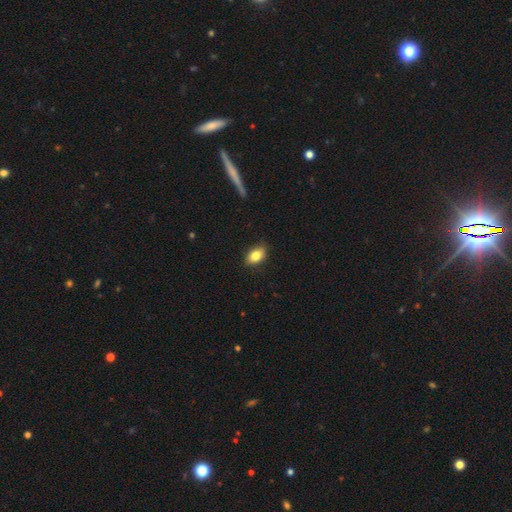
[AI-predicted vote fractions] Morphology: type=smooth (82%); roundness=in between (84%); merging=none (85%).